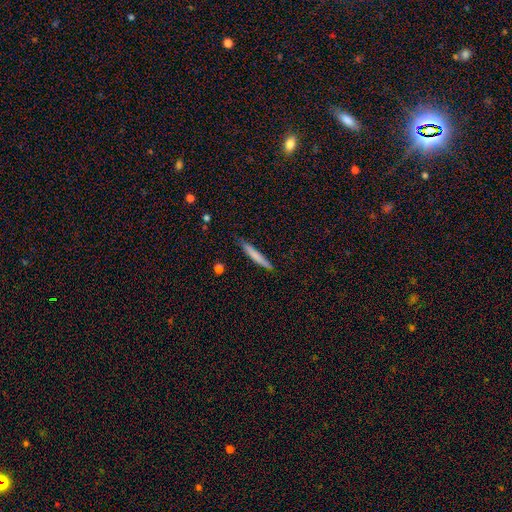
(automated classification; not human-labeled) A smooth galaxy with no disk features (73%) that is cigar-shaped (95%).

Vote fractions:
- Smooth or featured? smooth: 73% / featured or disk: 21% / star or artifact: 5%
- How rounded? cigar-shaped: 95% / in between: 4% / round: 1%
- Merging? none: 82% / minor disturbance: 15% / major disturbance: 2% / merger: 1%